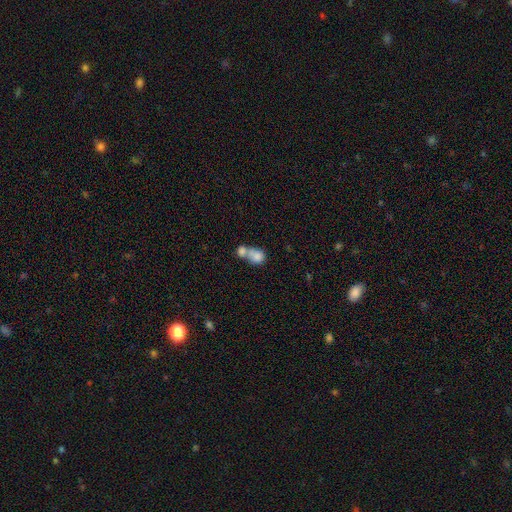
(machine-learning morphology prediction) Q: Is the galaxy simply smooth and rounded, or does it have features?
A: smooth — 78%.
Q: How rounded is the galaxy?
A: round — 56%.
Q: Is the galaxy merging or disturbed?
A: merger — 72%.